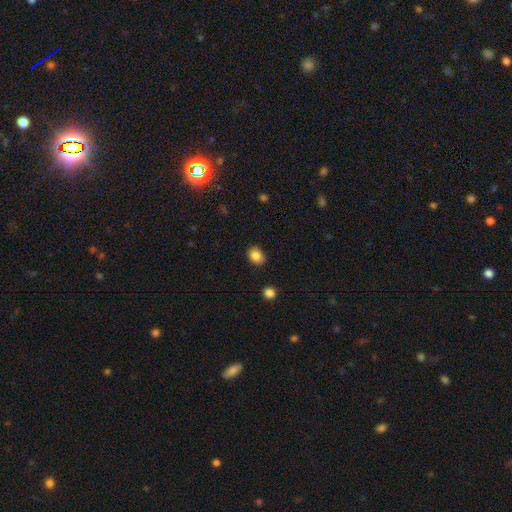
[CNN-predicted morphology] This appears to be a smooth galaxy with no disk features (85%) that is in between round and cigar-shaped (55%). Merging: none (78%).